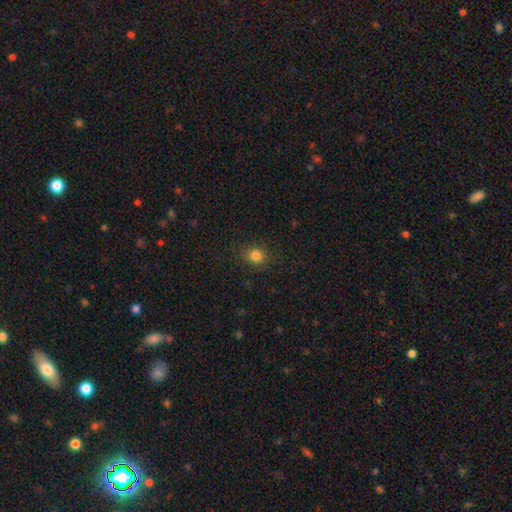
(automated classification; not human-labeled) smooth 82%, star or artifact 13%, featured or disk 5%. Down the decision tree: how rounded — round (72%); merging — none (87%).